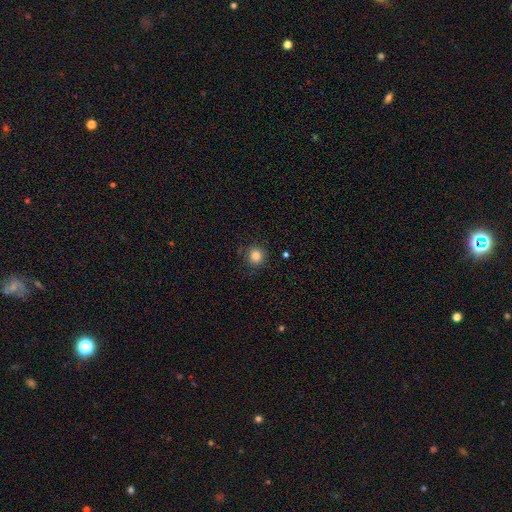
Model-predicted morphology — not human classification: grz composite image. It shows a smooth galaxy with no disk features (85%) that is round (91%). Merging: none (85%).